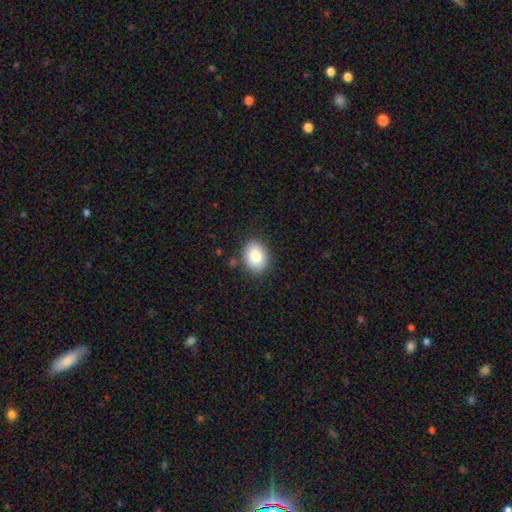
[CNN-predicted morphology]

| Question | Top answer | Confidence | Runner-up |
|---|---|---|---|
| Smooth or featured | smooth | 82% | featured or disk (9%) |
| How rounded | in between | 54% | round (45%) |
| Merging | none | 85% | minor disturbance (10%) |